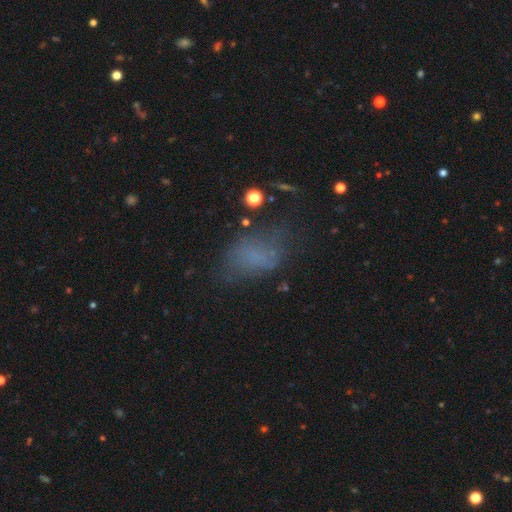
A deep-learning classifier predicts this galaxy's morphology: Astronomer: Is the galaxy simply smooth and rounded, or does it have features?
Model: smooth — 58%.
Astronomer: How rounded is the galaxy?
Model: in between — 84%.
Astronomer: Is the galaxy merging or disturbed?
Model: none — 46% (runner-up: major disturbance, 26%).